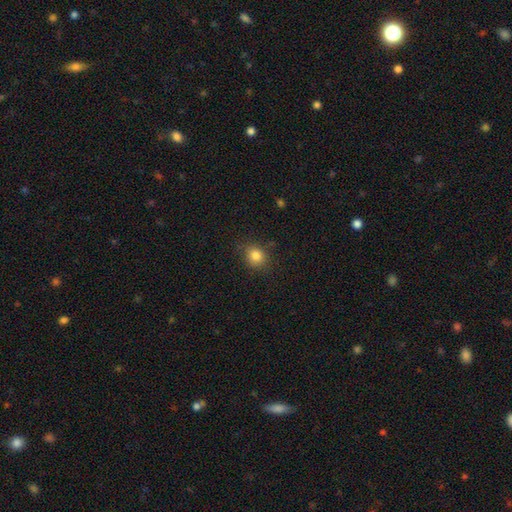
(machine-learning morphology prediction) Smooth or featured: smooth — 83% (star or artifact — 11%)
How rounded: round — 76% (in between — 23%)
Merging: none — 83% (minor disturbance — 12%)